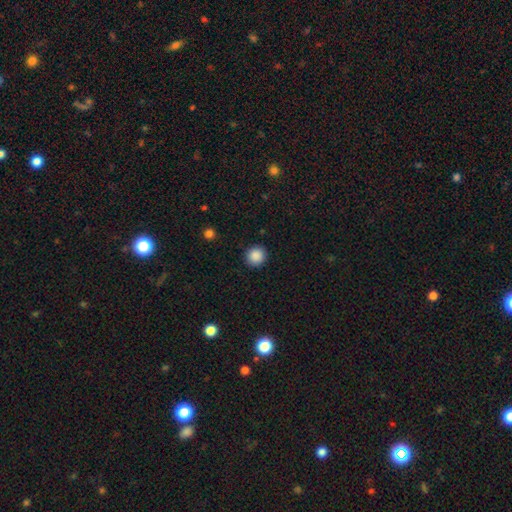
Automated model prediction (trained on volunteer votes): smooth_or_featured: smooth (p=0.89) [alt: star or artifact p=0.09]
how_rounded: round (p=0.94) [alt: in between p=0.06]
merging: none (p=0.92) [alt: minor disturbance p=0.05]